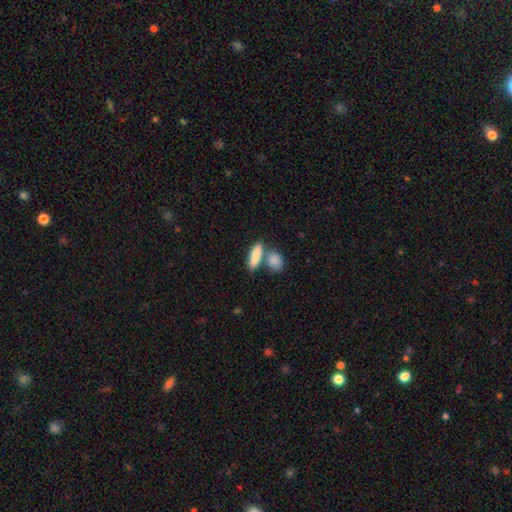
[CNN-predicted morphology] A smooth galaxy with no disk features (86%) that is in between round and cigar-shaped (60%).

Vote fractions:
- Smooth or featured? smooth: 86% / featured or disk: 8% / star or artifact: 6%
- How rounded? in between: 60% / cigar-shaped: 34% / round: 5%
- Merging? none: 51% / merger: 35% / minor disturbance: 10% / major disturbance: 4%